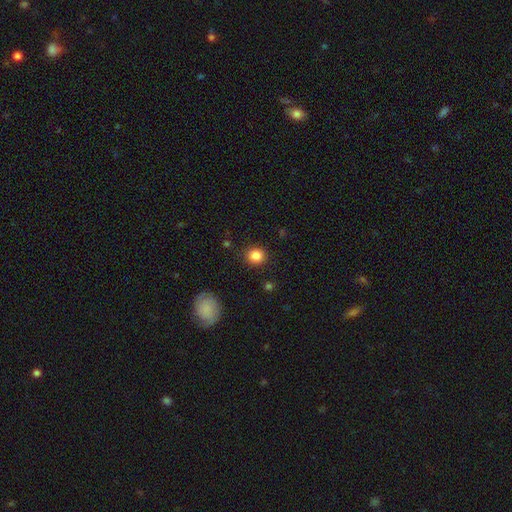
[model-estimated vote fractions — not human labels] smooth_or_featured: smooth (p=0.85) [alt: star or artifact p=0.11]
how_rounded: round (p=0.85) [alt: in between p=0.14]
merging: none (p=0.89) [alt: minor disturbance p=0.08]